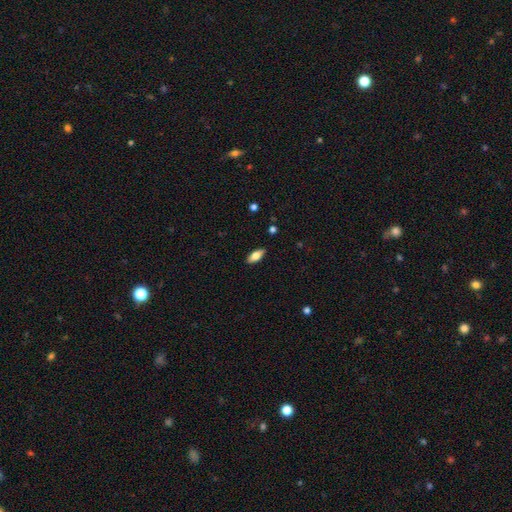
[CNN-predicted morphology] A smooth galaxy with no disk features (71%) that is in between round and cigar-shaped (82%).

Vote fractions:
- Smooth or featured? smooth: 71% / featured or disk: 23% / star or artifact: 7%
- How rounded? in between: 82% / cigar-shaped: 15% / round: 3%
- Merging? none: 88% / minor disturbance: 9% / major disturbance: 2% / merger: 1%